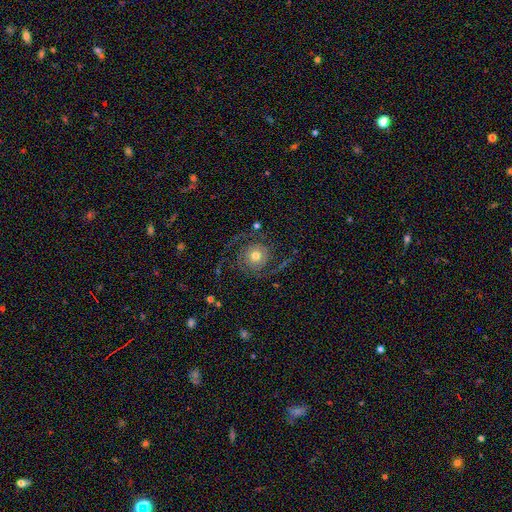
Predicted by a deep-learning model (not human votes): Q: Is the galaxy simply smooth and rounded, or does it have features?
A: featured or disk — 80%.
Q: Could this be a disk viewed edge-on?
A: no — 98%.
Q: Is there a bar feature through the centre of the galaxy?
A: no — 80%.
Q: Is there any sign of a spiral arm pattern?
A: yes — 95%.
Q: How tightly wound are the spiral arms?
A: medium — 41%.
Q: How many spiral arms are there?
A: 2 — 73%.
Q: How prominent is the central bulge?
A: moderate — 69%.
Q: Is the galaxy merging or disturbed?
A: none — 73%.